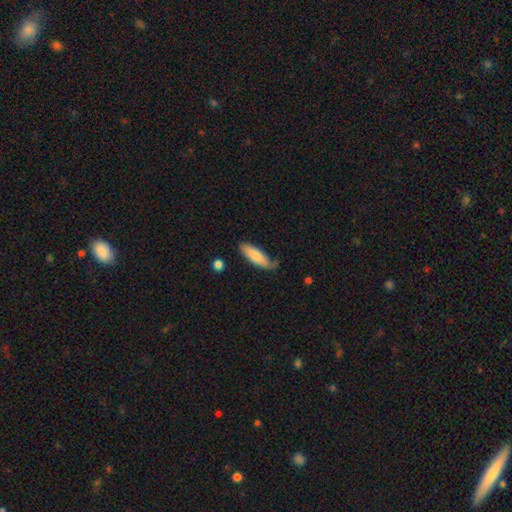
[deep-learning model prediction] Morphology: type=smooth (79%); roundness=in between (51%); merging=none (63%).